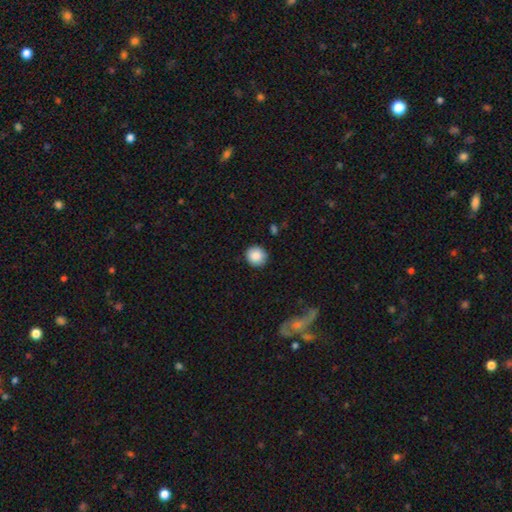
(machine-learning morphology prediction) This appears to be a smooth galaxy with no disk features (88%) that is round (90%). Merging: none (89%).